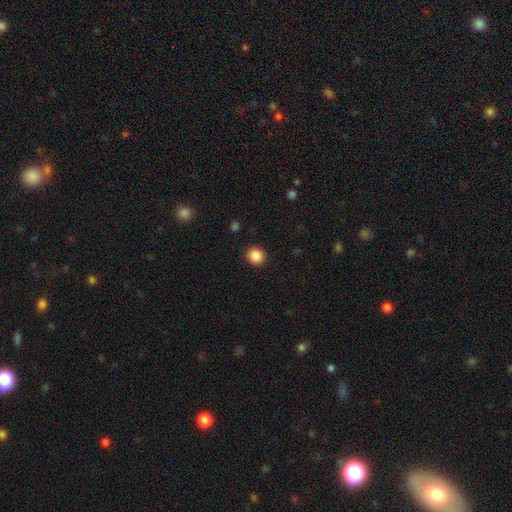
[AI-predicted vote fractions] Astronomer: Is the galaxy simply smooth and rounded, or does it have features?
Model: smooth — 87%.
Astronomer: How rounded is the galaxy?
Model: round — 87%.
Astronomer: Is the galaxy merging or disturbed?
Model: none — 91%.